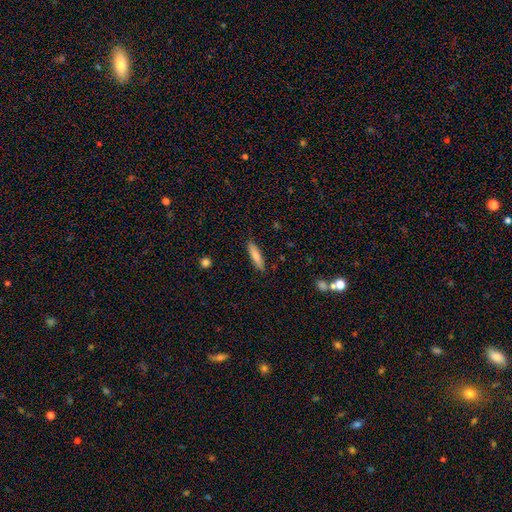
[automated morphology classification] Q: Smooth or featured?
A: smooth (81%); runner-up: featured or disk (13%)
Q: How rounded?
A: cigar-shaped (73%); runner-up: in between (25%)
Q: Merging?
A: none (86%); runner-up: minor disturbance (10%)